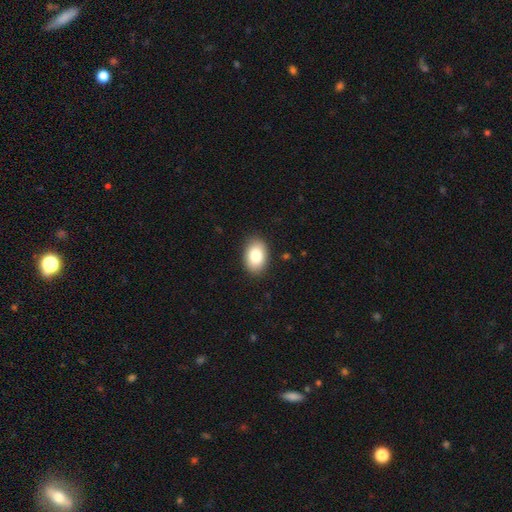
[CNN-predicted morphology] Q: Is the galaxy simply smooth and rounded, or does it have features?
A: smooth — 84%.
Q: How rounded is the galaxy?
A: in between — 87%.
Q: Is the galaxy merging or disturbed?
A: none — 88%.